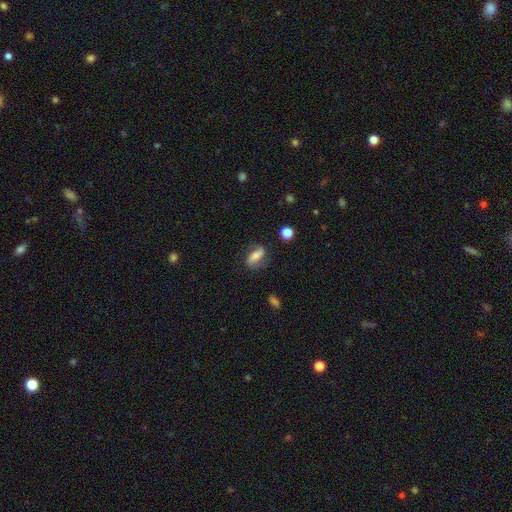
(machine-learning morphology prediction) Smooth or featured? Predicted: smooth (p=0.53). How rounded? Predicted: in between (p=0.74). Merging? Predicted: none (p=0.74).